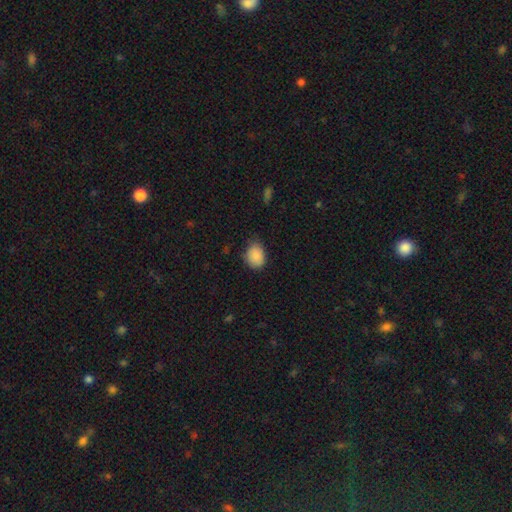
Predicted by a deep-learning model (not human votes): smooth 88%, star or artifact 8%, featured or disk 5%. Down the decision tree: how rounded — in between (63%); merging — none (70%).